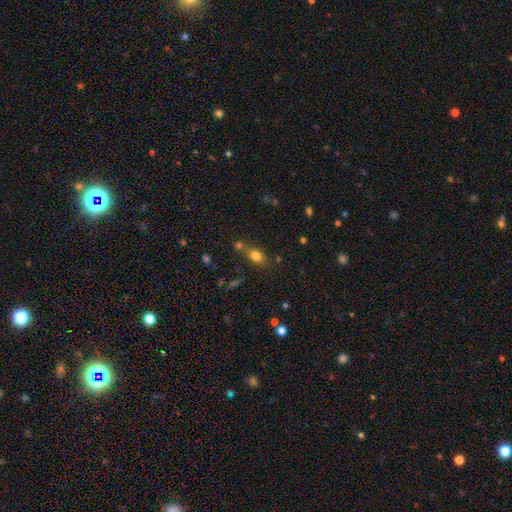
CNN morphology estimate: Overall: smooth (78%). How rounded: in between (65%; round 31%). Merging: none (55%; merger 26%).